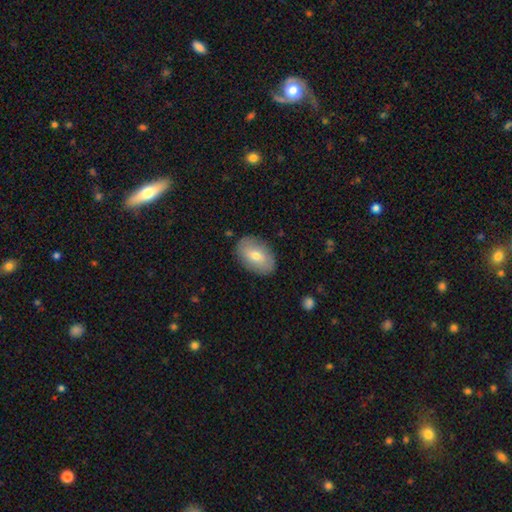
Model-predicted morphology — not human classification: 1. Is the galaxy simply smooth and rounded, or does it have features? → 66% smooth, 27% featured or disk, 7% star or artifact.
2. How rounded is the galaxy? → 88% in between, 10% round, 2% cigar-shaped.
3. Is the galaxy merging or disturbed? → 85% none, 11% minor disturbance, 3% major disturbance, 1% merger.